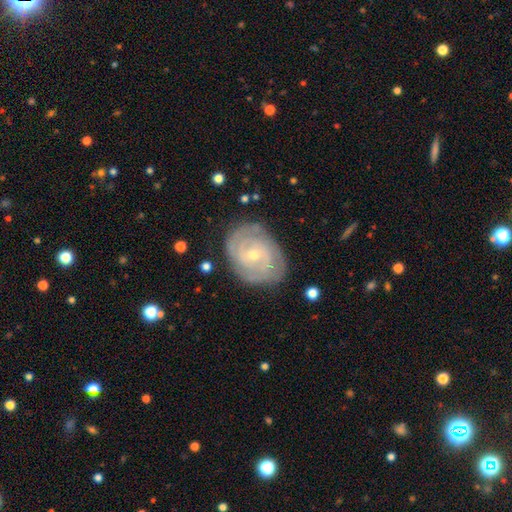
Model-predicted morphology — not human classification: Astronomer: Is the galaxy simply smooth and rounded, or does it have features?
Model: featured or disk — 82%.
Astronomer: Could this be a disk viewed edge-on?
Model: no — 97%.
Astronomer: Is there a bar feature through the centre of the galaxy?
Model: no — 58% (runner-up: weak, 33%).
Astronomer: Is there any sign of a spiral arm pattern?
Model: yes — 96%.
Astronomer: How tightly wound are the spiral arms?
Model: tight — 74%.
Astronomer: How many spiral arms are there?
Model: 2 — 31% (runner-up: can't tell, 26%).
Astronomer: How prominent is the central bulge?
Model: small — 65%.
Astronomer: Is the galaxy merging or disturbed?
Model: none — 81%.